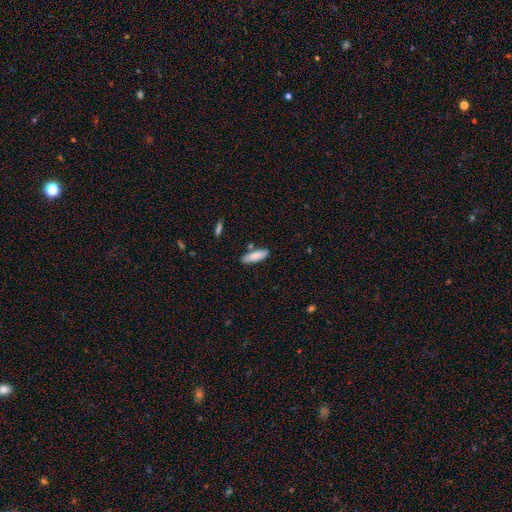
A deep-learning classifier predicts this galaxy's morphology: Smooth or featured: smooth — 85% (featured or disk — 8%)
How rounded: in between — 55% (cigar-shaped — 43%)
Merging: none — 79% (minor disturbance — 13%)